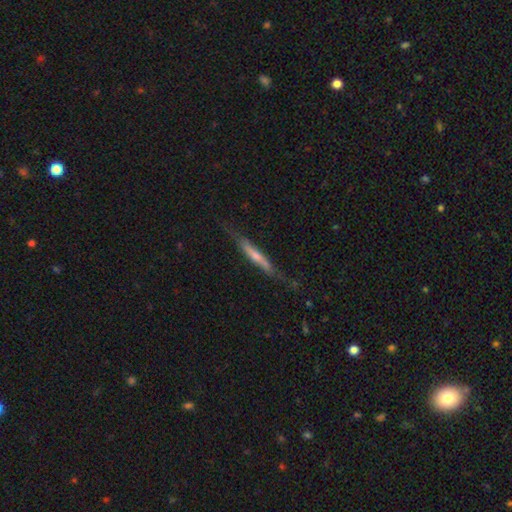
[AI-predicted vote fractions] featured or disk 69%, smooth 22%, star or artifact 9%. Down the decision tree: edge-on disk — yes (94%); edge-on bulge — rounded (60%); merging — none (78%).